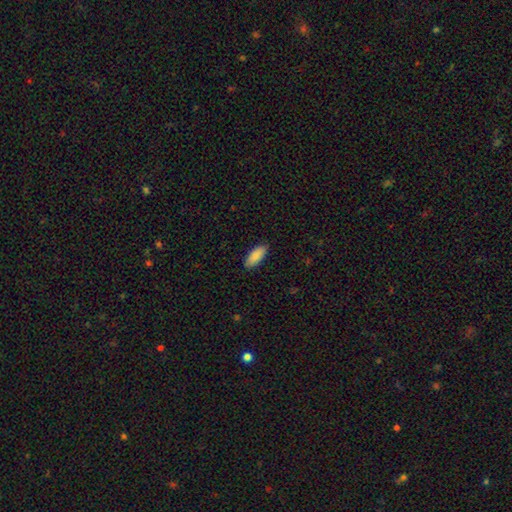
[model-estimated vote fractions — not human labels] Smooth or featured: smooth — 89% (star or artifact — 6%)
How rounded: in between — 82% (cigar-shaped — 16%)
Merging: none — 88% (minor disturbance — 10%)